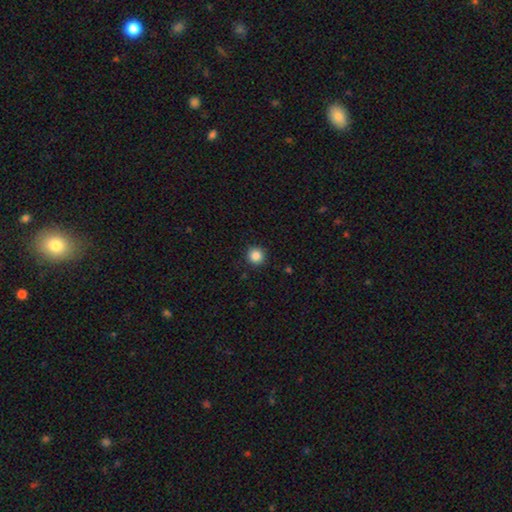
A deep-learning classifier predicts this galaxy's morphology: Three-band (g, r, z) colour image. It shows a smooth galaxy with no disk features (87%) that is round (95%). Merging: none (92%).